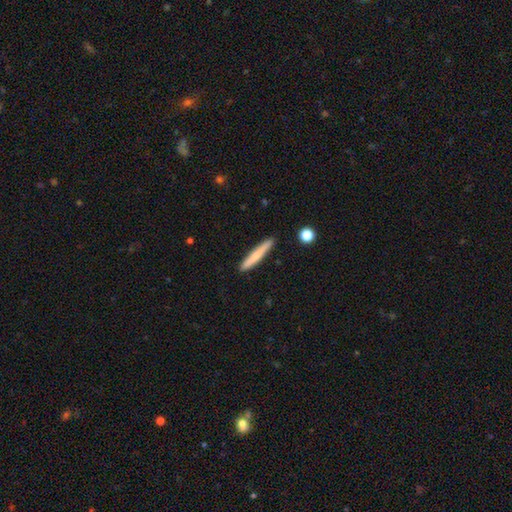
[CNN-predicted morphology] This appears to be a smooth galaxy with no disk features (68%) that is cigar-shaped (95%). Merging: none (88%).